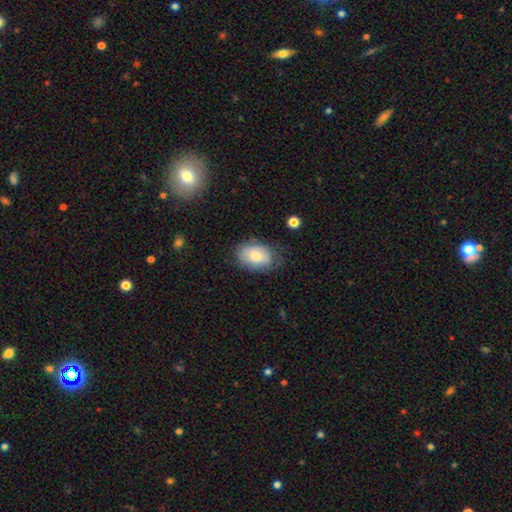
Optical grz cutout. It shows a smooth galaxy with no disk features (80%) that is in between round and cigar-shaped (94%). Merging: none (73%).